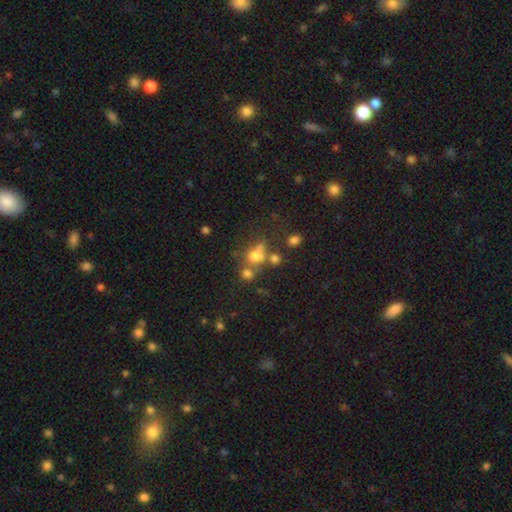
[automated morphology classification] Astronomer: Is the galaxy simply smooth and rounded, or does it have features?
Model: smooth — 64%.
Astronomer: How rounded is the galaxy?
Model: round — 70%.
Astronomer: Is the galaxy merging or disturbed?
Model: none — 42% (runner-up: merger, 36%).